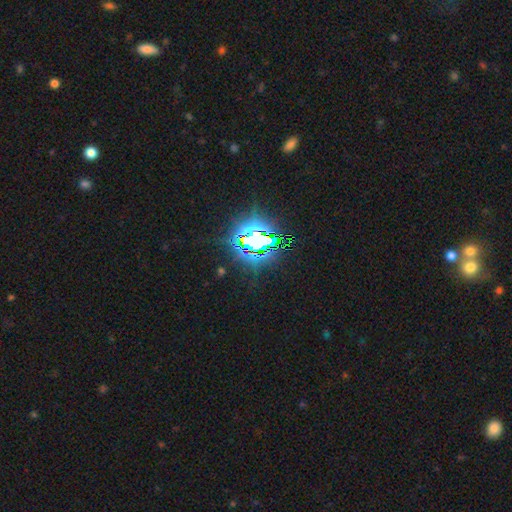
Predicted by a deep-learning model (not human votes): This appears to be a star or artifact, not a galaxy (83%).